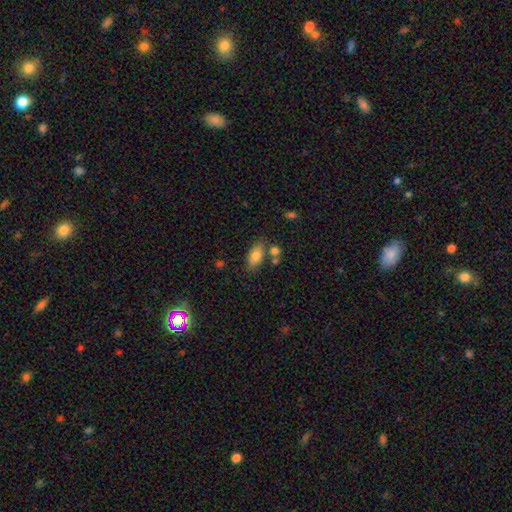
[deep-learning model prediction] This appears to be a smooth galaxy with no disk features (81%) that is in between round and cigar-shaped (89%). Merging: none (69%).